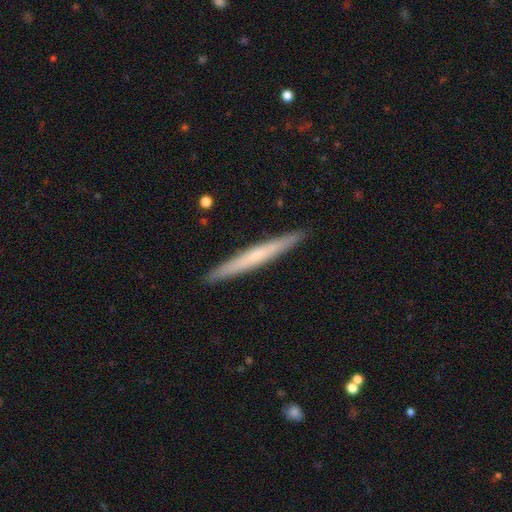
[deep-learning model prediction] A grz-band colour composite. It shows a featured or disk galaxy (48%). Merging: none (93%).